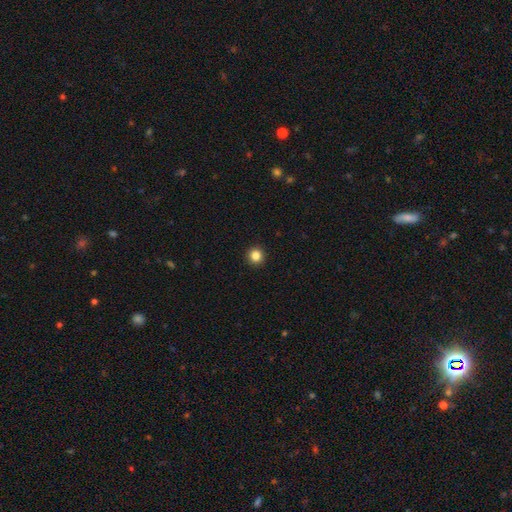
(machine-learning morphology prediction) type=smooth (84%); roundness=round (95%); merging=none (93%).